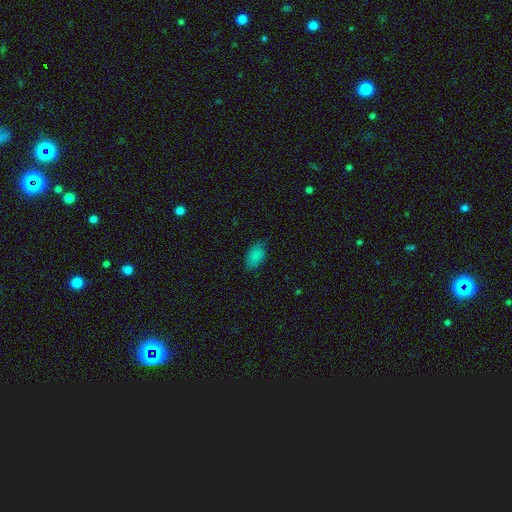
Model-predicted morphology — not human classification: smooth 84%, star or artifact 10%, featured or disk 7%. Down the decision tree: how rounded — in between (93%); merging — none (71%).